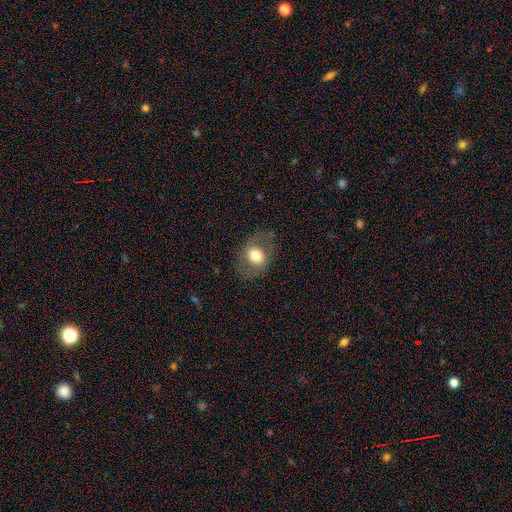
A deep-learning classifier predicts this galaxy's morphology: Smooth or featured?
  - smooth: 56% *
  - featured or disk: 35%
  - star or artifact: 9%
How rounded?
  - in between: 54% *
  - round: 45%
  - cigar-shaped: 1%
Merging?
  - none: 74% *
  - minor disturbance: 14%
  - major disturbance: 10%
  - merger: 1%